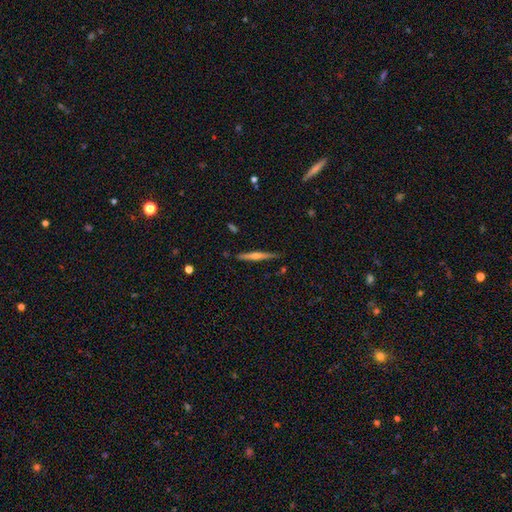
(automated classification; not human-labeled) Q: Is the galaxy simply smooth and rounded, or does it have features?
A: featured or disk — 72%.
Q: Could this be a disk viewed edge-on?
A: yes — 98%.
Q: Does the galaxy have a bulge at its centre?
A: rounded — 82%.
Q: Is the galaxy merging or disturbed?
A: none — 89%.